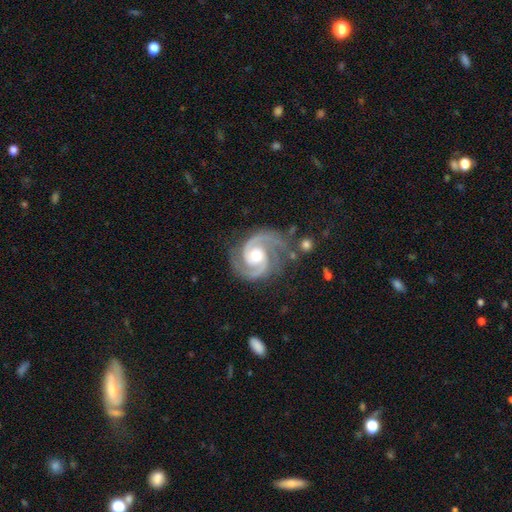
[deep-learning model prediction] This is clearly a featured or disk galaxy (94%). It is clearly not viewed edge-on (98%). Bar: likely no (64%). Spiral arm pattern: clearly yes (99%). Spiral arm count: clearly 2 (91%). Spiral winding: possibly medium (53%). Central bulge: likely moderate (71%). Merging: likely none (74%).